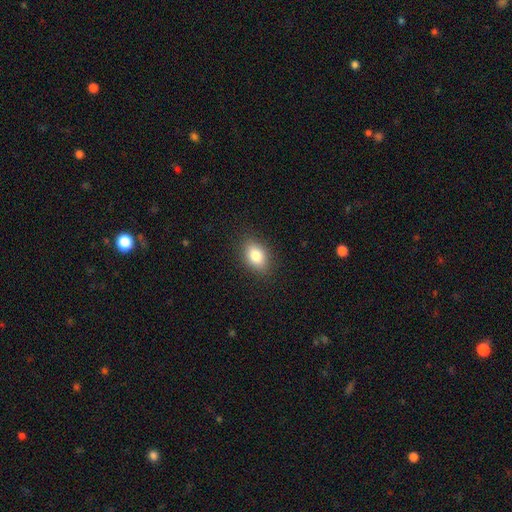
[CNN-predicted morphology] Smooth or featured?
  - smooth: 82% *
  - featured or disk: 9%
  - star or artifact: 9%
How rounded?
  - in between: 83% *
  - round: 15%
  - cigar-shaped: 2%
Merging?
  - none: 87% *
  - minor disturbance: 10%
  - major disturbance: 3%
  - merger: 1%